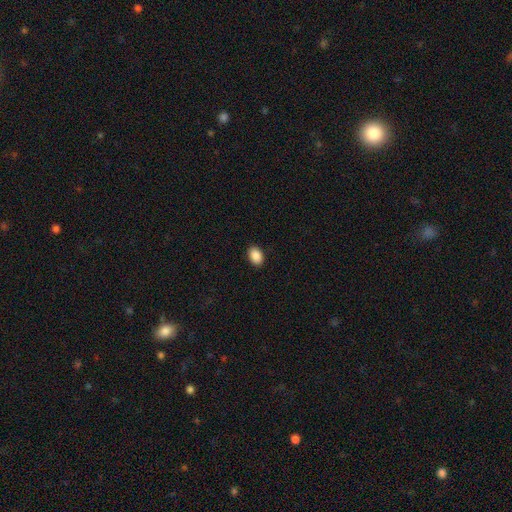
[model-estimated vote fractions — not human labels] Smooth or featured: smooth — 89% (star or artifact — 7%)
How rounded: in between — 82% (round — 17%)
Merging: none — 91% (minor disturbance — 7%)